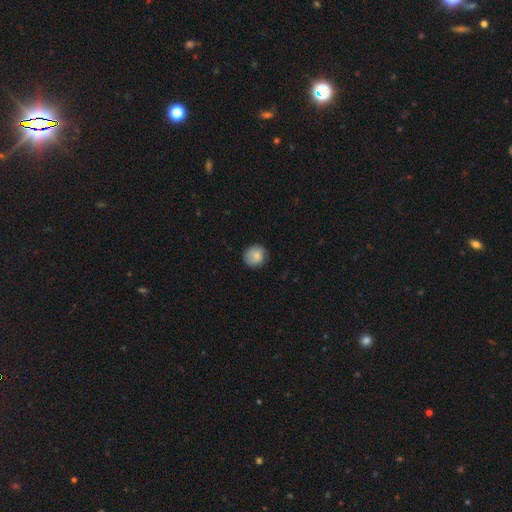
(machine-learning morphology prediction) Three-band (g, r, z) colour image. It shows a smooth galaxy with no disk features (83%) that is round (87%). Merging: none (83%).